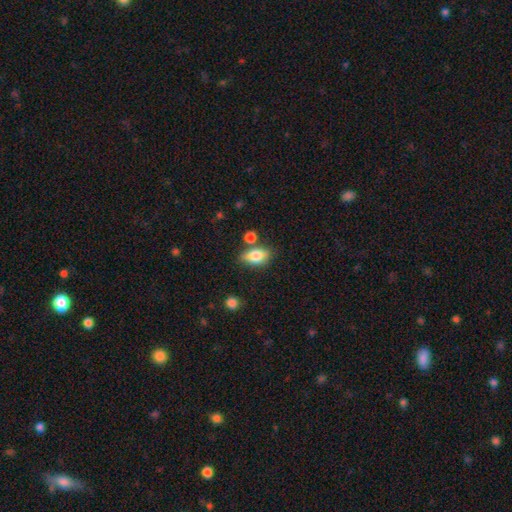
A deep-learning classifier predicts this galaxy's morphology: smooth-or-featured: smooth: 78% | featured or disk: 14% | star or artifact: 8%
  how-rounded: in between: 85% | round: 9% | cigar-shaped: 5%
  merging: none: 65% | minor disturbance: 17% | merger: 12% | major disturbance: 5%